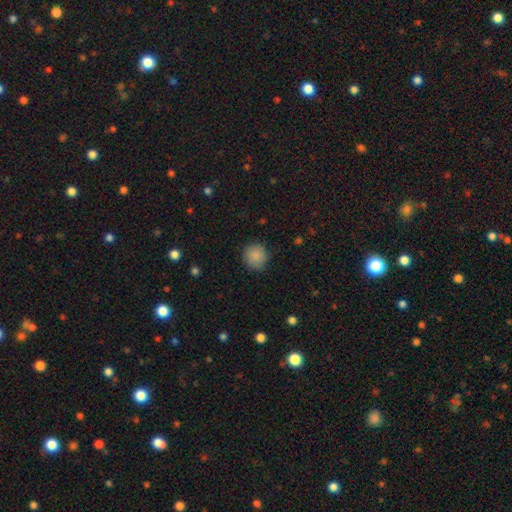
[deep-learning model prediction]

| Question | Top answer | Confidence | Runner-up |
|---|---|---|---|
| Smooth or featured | smooth | 87% | star or artifact (8%) |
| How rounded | round | 93% | in between (6%) |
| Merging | none | 86% | minor disturbance (10%) |